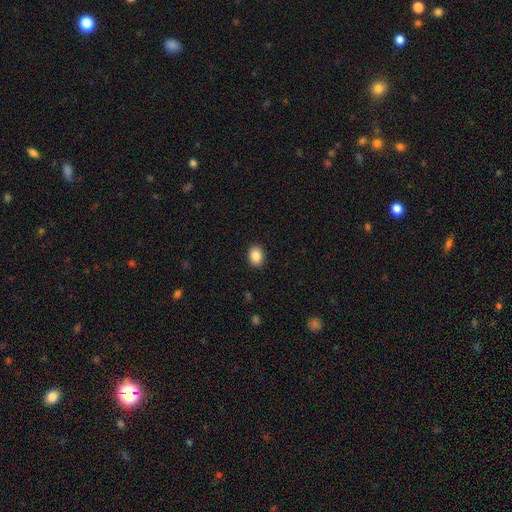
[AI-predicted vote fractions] Smooth or featured?
  - smooth: 87% *
  - star or artifact: 8%
  - featured or disk: 5%
How rounded?
  - in between: 58% *
  - round: 41%
  - cigar-shaped: 1%
Merging?
  - none: 91% *
  - minor disturbance: 7%
  - major disturbance: 2%
  - merger: 1%